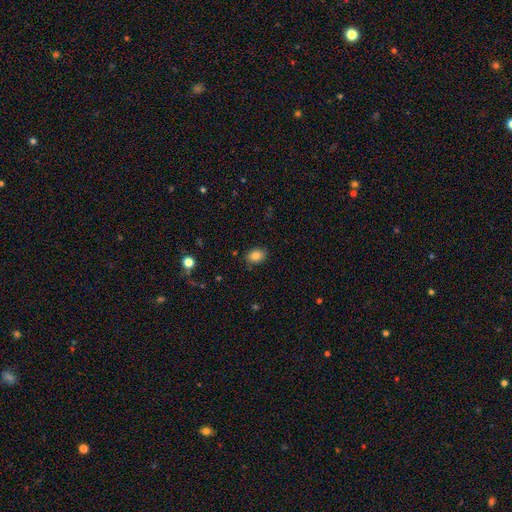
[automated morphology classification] Q: Smooth or featured?
A: smooth (85%); runner-up: star or artifact (10%)
Q: How rounded?
A: in between (68%); runner-up: round (31%)
Q: Merging?
A: none (84%); runner-up: minor disturbance (12%)